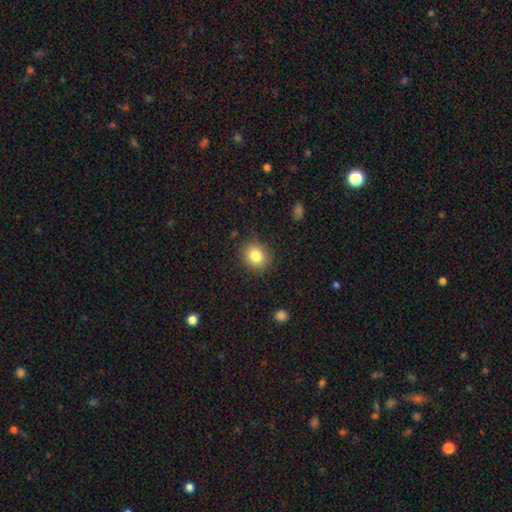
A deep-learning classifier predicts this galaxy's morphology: smooth_or_featured: smooth (p=0.83) [alt: star or artifact p=0.10]
how_rounded: round (p=0.71) [alt: in between p=0.28]
merging: none (p=0.87) [alt: minor disturbance p=0.10]